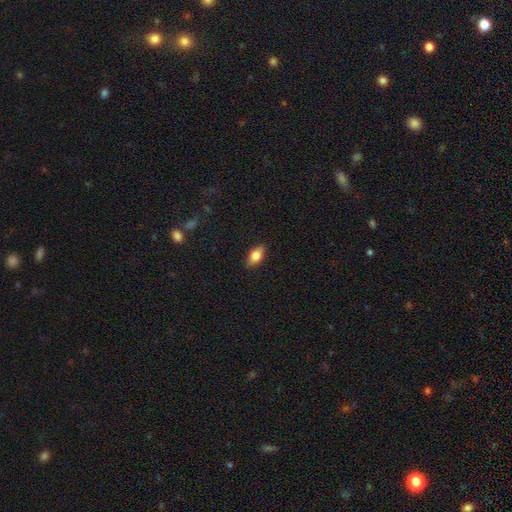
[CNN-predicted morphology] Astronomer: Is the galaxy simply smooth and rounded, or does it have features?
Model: smooth — 74%.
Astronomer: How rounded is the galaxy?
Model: in between — 86%.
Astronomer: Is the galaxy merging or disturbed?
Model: none — 87%.